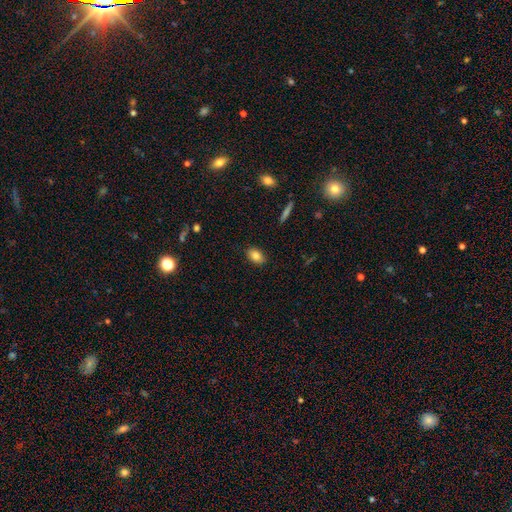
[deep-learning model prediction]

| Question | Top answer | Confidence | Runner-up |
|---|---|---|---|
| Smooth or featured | smooth | 83% | featured or disk (9%) |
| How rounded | in between | 88% | round (10%) |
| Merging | none | 88% | minor disturbance (9%) |